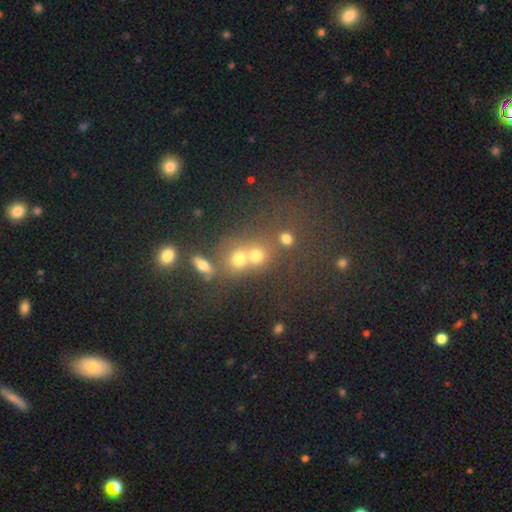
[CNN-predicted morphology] smooth_or_featured: smooth (p=0.69) [alt: star or artifact p=0.19]
how_rounded: round (p=0.80) [alt: in between p=0.19]
merging: merger (p=0.47) [alt: none p=0.42]